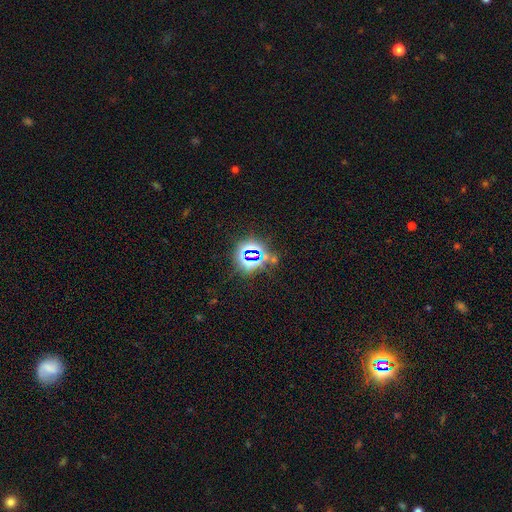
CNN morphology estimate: Smooth or featured: star or artifact — 75% (smooth — 15%)